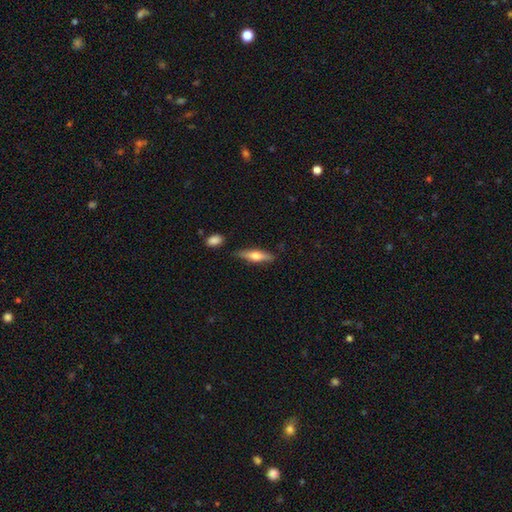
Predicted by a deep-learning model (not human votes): This appears to be a smooth galaxy with no disk features (51%) that is cigar-shaped (66%). Merging: none (80%).